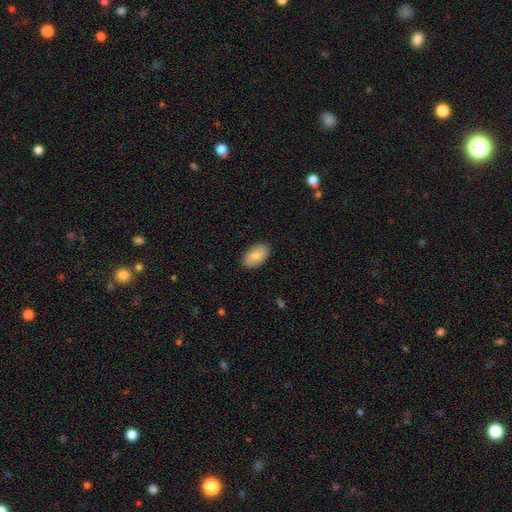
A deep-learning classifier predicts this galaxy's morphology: A smooth galaxy with no disk features (69%) that is in between round and cigar-shaped (92%).

Vote fractions:
- Smooth or featured? smooth: 69% / featured or disk: 25% / star or artifact: 6%
- How rounded? in between: 92% / round: 6% / cigar-shaped: 2%
- Merging? none: 86% / minor disturbance: 11% / major disturbance: 2% / merger: 1%